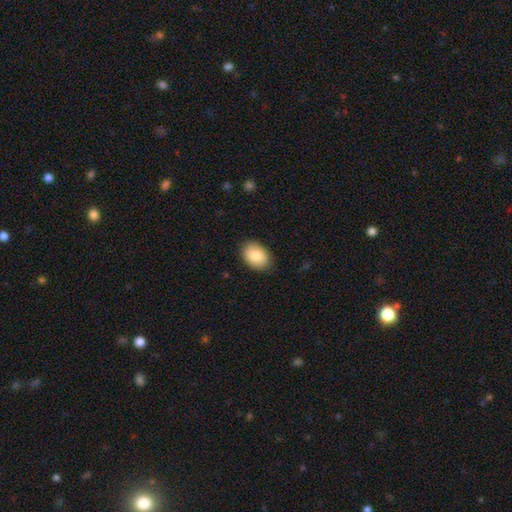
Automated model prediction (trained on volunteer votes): smooth 86%, featured or disk 7%, star or artifact 7%. Down the decision tree: how rounded — in between (76%); merging — none (87%).